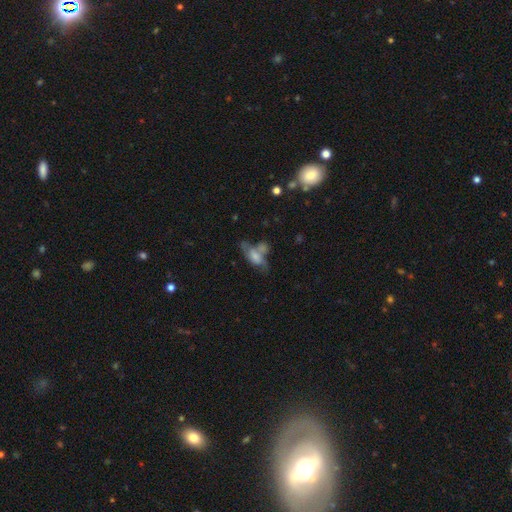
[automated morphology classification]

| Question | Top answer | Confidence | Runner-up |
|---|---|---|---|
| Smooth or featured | smooth | 51% | featured or disk (38%) |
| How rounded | in between | 79% | cigar-shaped (14%) |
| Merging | merger | 36% | none (26%) |